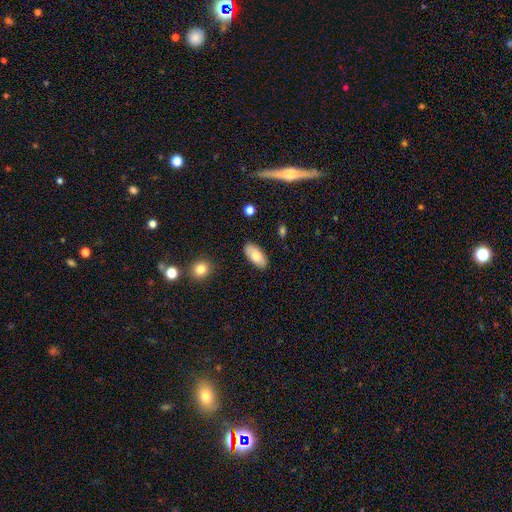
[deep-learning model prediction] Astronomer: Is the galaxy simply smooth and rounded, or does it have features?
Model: smooth — 79%.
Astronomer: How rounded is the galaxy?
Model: in between — 92%.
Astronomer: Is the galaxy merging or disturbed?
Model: none — 86%.